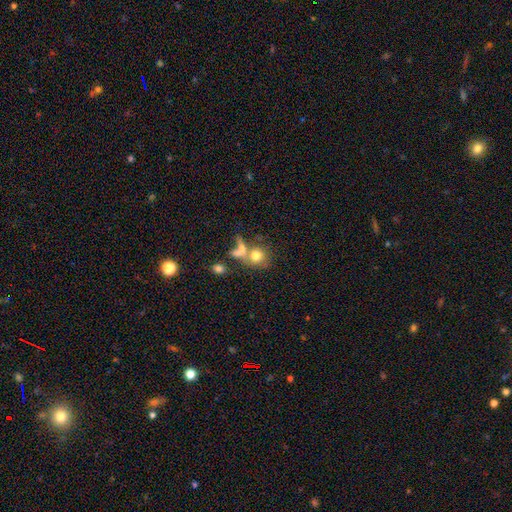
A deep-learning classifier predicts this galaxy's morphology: Smooth or featured? Predicted: smooth (p=0.72). How rounded? Predicted: round (p=0.80). Merging? Predicted: none (p=0.43).